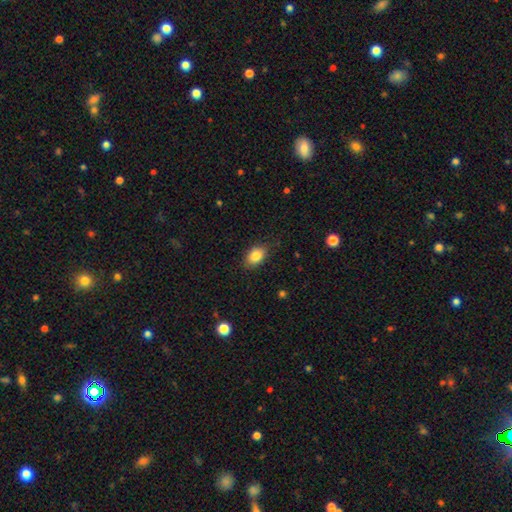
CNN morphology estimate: The model was most divided on "how rounded": in between: 82%, round: 17%, cigar-shaped: 1%. More confident: smooth or featured — smooth (85%); merging — none (83%).